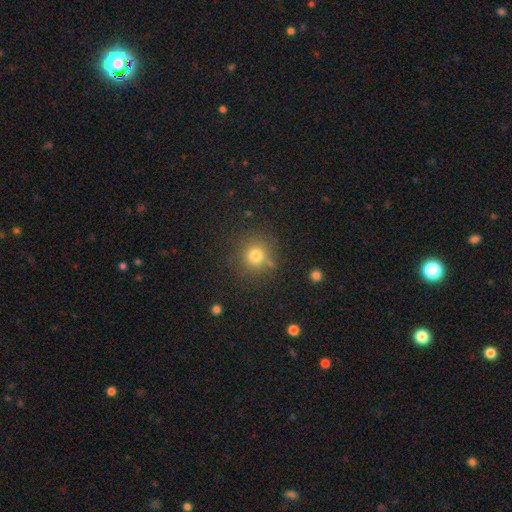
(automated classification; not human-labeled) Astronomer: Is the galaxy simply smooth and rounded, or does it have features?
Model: smooth — 76%.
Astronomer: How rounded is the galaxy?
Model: round — 91%.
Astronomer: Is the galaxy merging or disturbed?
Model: none — 80%.